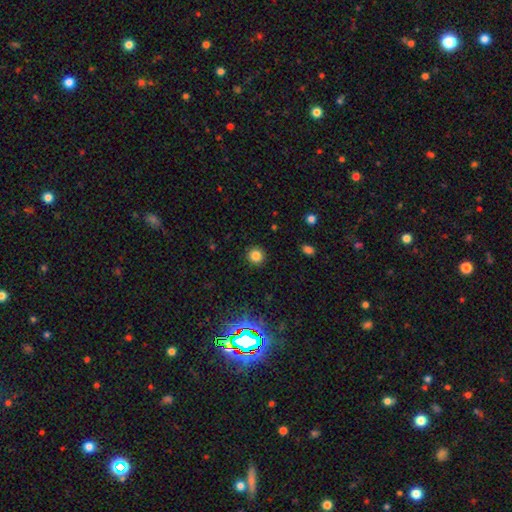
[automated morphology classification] type=smooth (81%); roundness=round (94%); merging=none (92%).